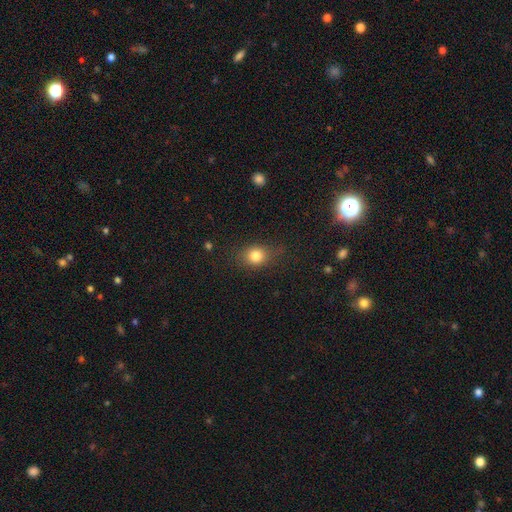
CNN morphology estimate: type=smooth (81%); roundness=round (61%); merging=none (75%).